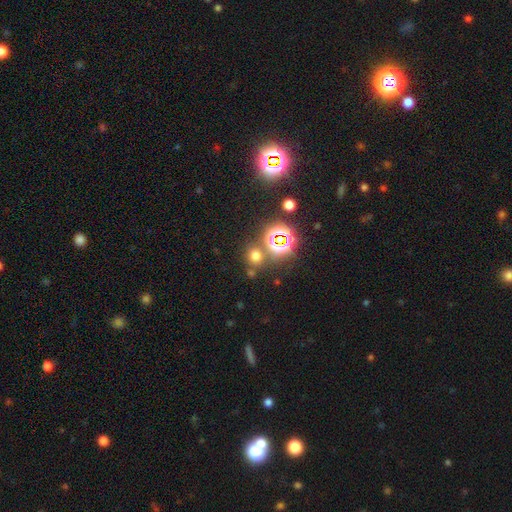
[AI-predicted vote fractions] Smooth or featured? smooth (59%)
How rounded? round (82%)
Merging? none (76%)